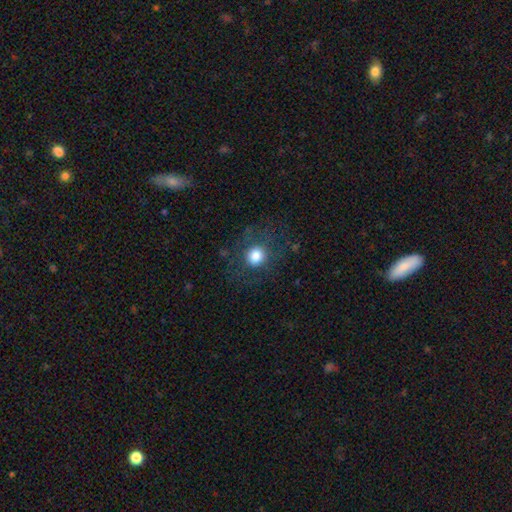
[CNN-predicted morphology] The model was most divided on "merging": none: 75%, minor disturbance: 13%, major disturbance: 10%, merger: 1%. More confident: how rounded — round (88%); smooth or featured — smooth (79%).